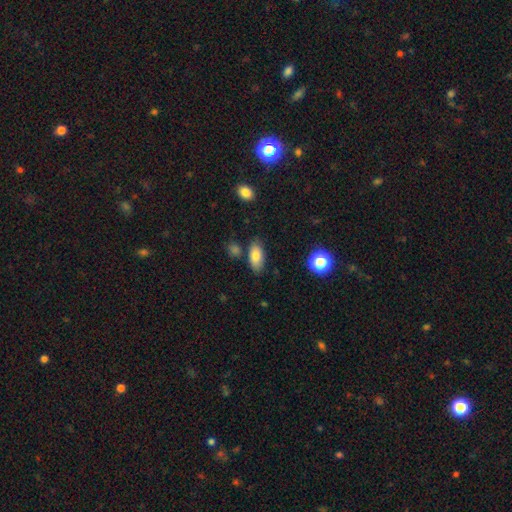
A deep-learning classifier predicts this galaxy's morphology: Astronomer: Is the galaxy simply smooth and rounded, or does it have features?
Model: smooth — 79%.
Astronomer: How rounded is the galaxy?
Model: in between — 88%.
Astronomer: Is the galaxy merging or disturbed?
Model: none — 79%.